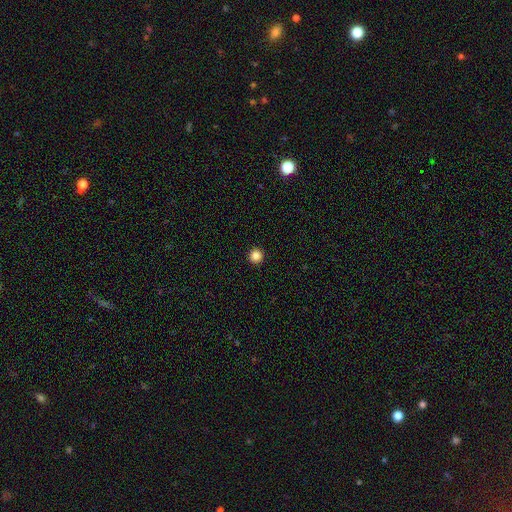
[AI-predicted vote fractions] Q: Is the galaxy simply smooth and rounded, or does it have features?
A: smooth — 85%.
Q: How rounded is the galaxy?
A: round — 96%.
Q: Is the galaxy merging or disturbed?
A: none — 94%.